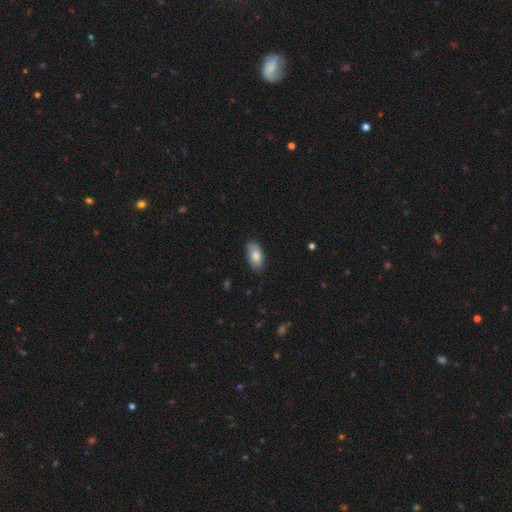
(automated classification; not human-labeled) Smooth or featured?
  - smooth: 84% *
  - featured or disk: 9%
  - star or artifact: 6%
How rounded?
  - in between: 93% *
  - cigar-shaped: 4%
  - round: 3%
Merging?
  - none: 82% *
  - minor disturbance: 15%
  - major disturbance: 2%
  - merger: 1%